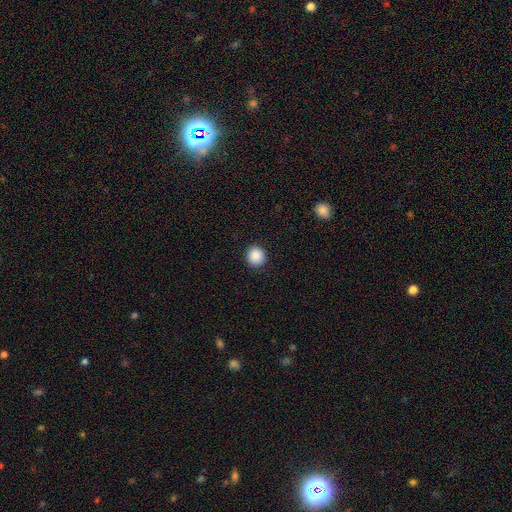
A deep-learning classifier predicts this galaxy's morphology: Overall: smooth (89%). How rounded: round (92%). Merging: none (92%).